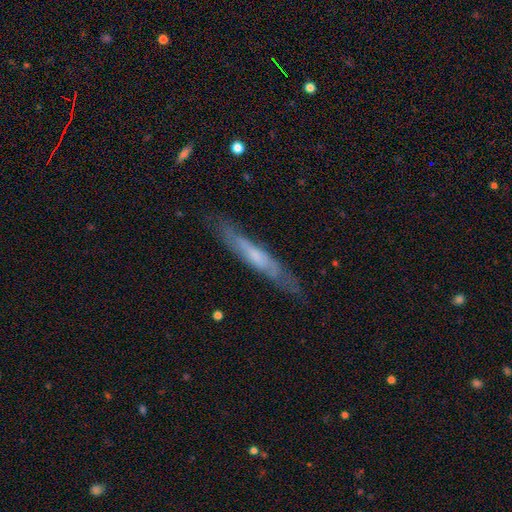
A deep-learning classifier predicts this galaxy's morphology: This appears to be a featured or disk galaxy (57%) viewed edge-on (73%). Merging: none (75%).